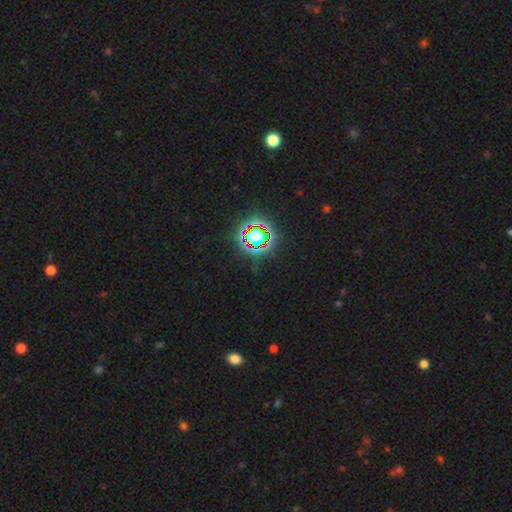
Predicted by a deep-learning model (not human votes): Smooth or featured: star or artifact — 80% (smooth — 13%)